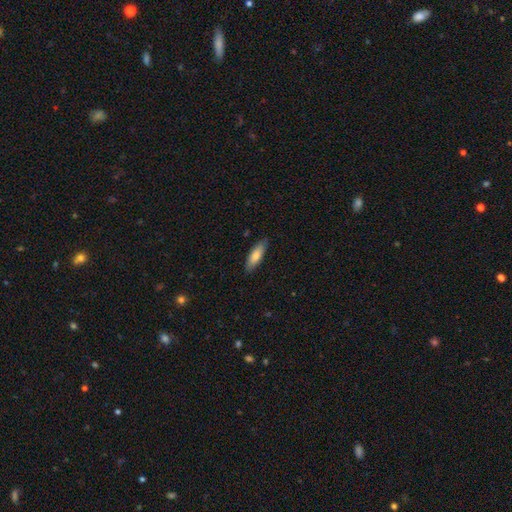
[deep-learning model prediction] smooth_or_featured: smooth (p=0.75) [alt: featured or disk p=0.19]
how_rounded: in between (p=0.54) [alt: cigar-shaped p=0.44]
merging: none (p=0.86) [alt: minor disturbance p=0.11]